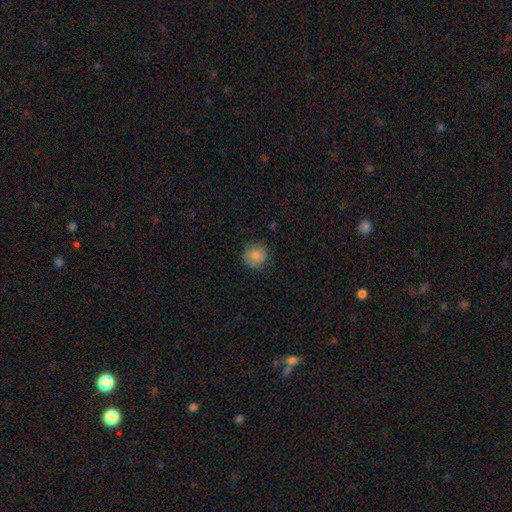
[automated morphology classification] Overall: smooth (82%). How rounded: round (90%). Merging: none (79%).